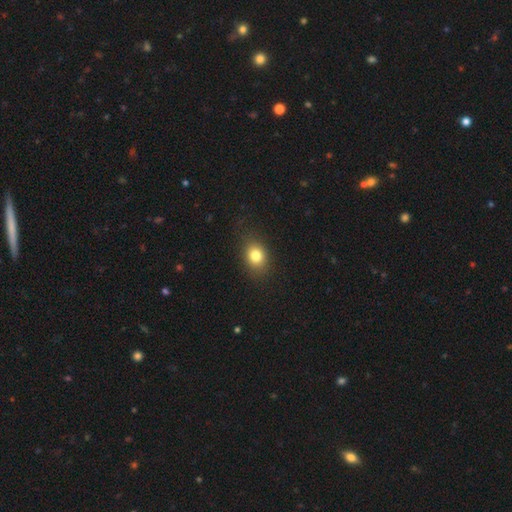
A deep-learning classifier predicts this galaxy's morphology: smooth-or-featured: smooth: 81% | star or artifact: 11% | featured or disk: 8%
  how-rounded: in between: 51% | round: 48% | cigar-shaped: 1%
  merging: none: 83% | minor disturbance: 12% | major disturbance: 4% | merger: 1%